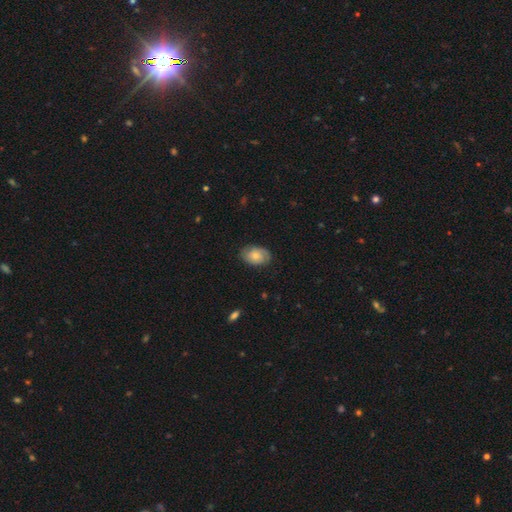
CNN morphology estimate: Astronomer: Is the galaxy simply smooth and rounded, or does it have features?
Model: smooth — 66%.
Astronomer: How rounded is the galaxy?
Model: in between — 83%.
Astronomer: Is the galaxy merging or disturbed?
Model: none — 80%.